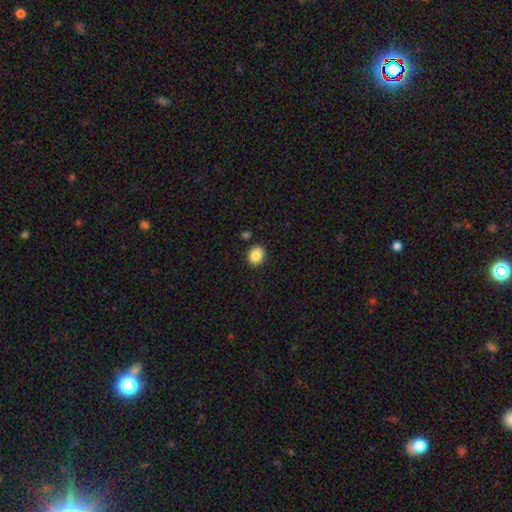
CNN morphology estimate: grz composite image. It shows a smooth galaxy with no disk features (86%) that is round (70%). Merging: none (88%).